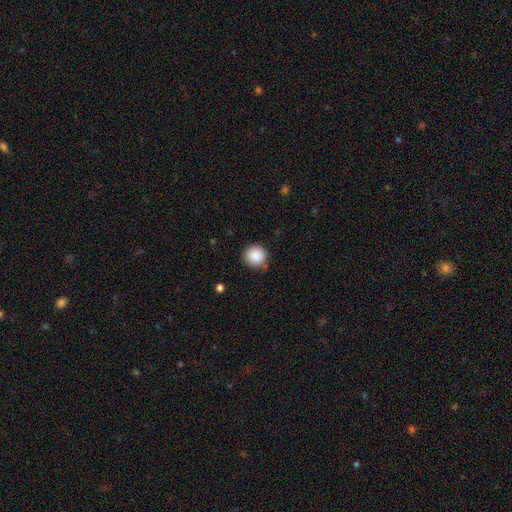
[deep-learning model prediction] This appears to be a smooth galaxy with no disk features (88%) that is round (91%). Merging: none (83%).